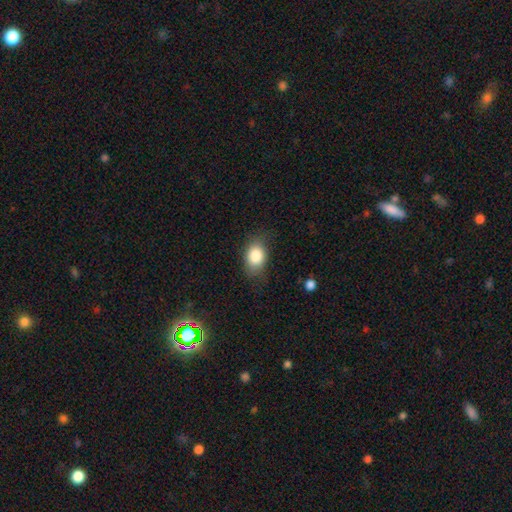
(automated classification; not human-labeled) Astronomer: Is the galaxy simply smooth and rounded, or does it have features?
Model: smooth — 84%.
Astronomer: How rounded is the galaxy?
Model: in between — 77%.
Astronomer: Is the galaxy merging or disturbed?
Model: none — 77%.